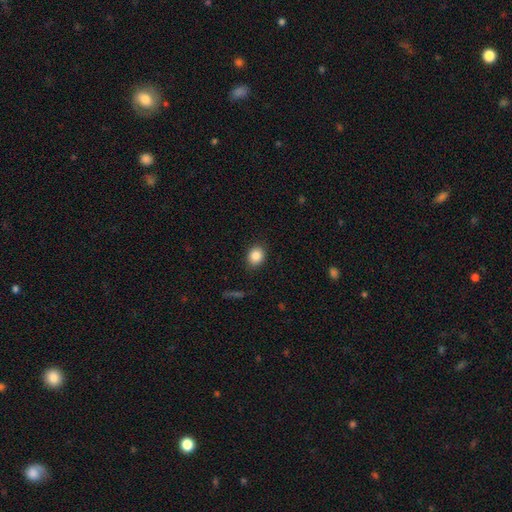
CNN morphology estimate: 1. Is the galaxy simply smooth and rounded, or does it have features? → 86% smooth, 9% star or artifact, 5% featured or disk.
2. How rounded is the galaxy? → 61% round, 38% in between, 1% cigar-shaped.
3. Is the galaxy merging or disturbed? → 87% none, 9% minor disturbance, 3% major disturbance, 1% merger.